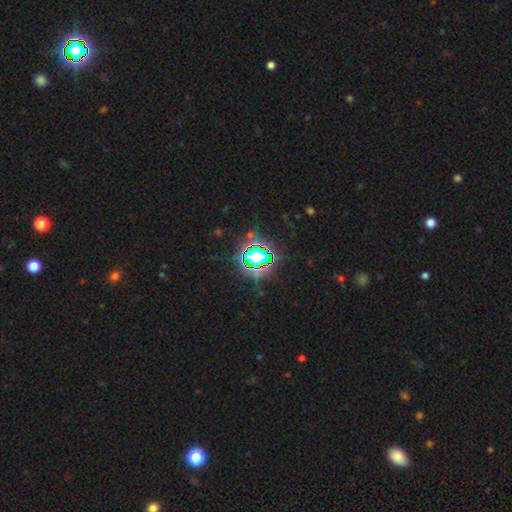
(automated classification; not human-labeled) This is likely a star or artifact rather than a galaxy (69%).